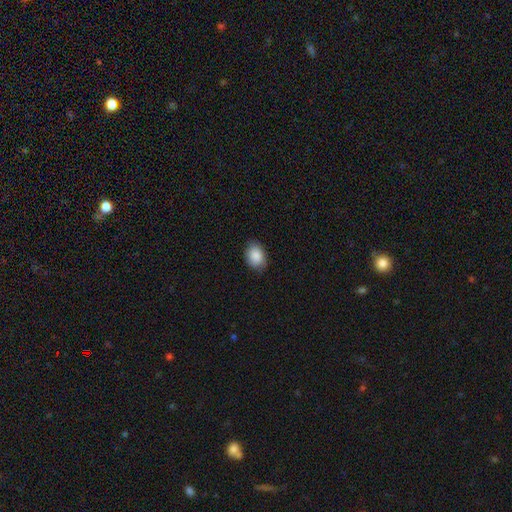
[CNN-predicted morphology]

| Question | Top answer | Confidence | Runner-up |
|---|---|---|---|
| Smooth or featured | smooth | 86% | star or artifact (7%) |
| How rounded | in between | 76% | round (23%) |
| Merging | none | 80% | minor disturbance (17%) |